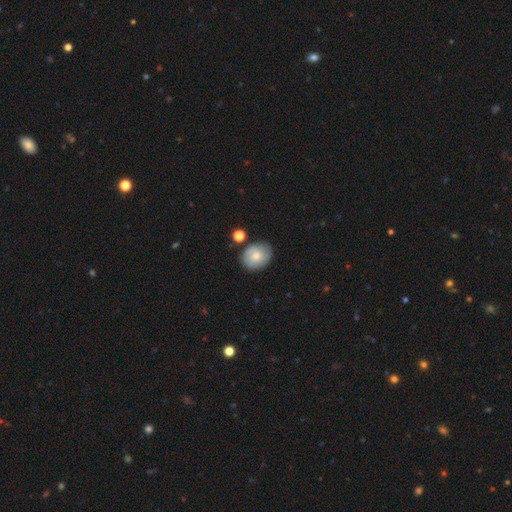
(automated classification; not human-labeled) smooth 68%, featured or disk 24%, star or artifact 8%. Down the decision tree: how rounded — round (56%); merging — none (73%).